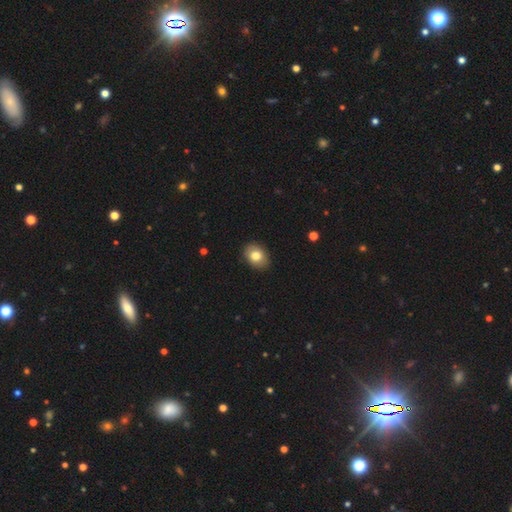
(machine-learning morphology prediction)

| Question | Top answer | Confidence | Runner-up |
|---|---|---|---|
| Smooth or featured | smooth | 80% | featured or disk (12%) |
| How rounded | in between | 69% | round (30%) |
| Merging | none | 89% | minor disturbance (9%) |